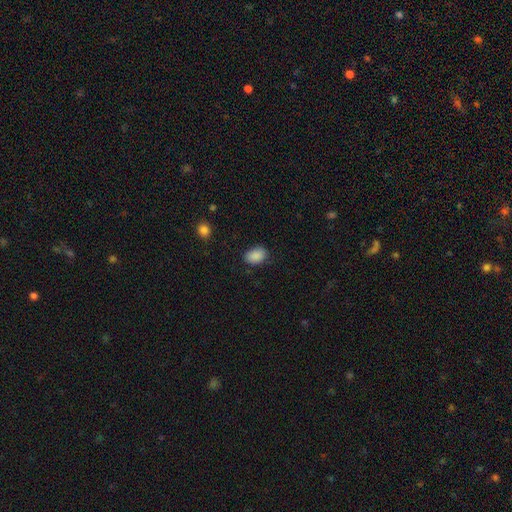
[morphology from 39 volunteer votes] A smooth galaxy with no disk features (92%) that is in between round and cigar-shaped (89%). Merging: none (81%).